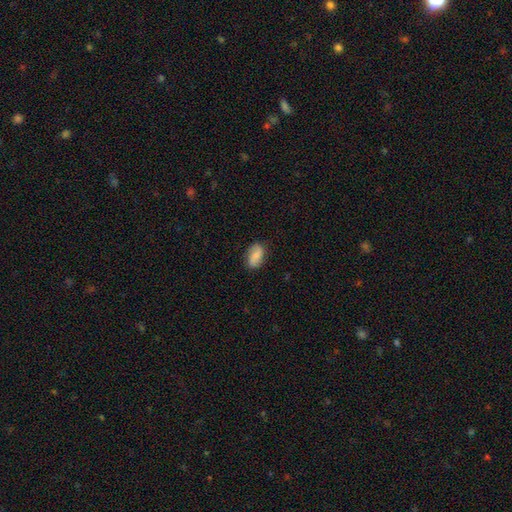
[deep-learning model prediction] Q: Smooth or featured?
A: smooth (71%); runner-up: featured or disk (22%)
Q: How rounded?
A: in between (90%); runner-up: round (6%)
Q: Merging?
A: none (80%); runner-up: minor disturbance (15%)